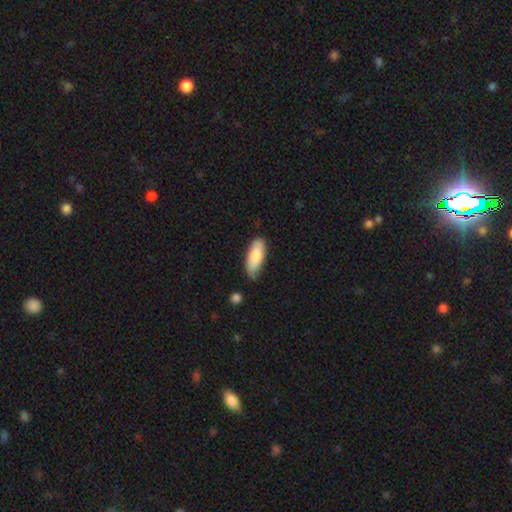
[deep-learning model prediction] Q: Smooth or featured?
A: smooth (84%); runner-up: featured or disk (10%)
Q: How rounded?
A: in between (75%); runner-up: cigar-shaped (23%)
Q: Merging?
A: none (69%); runner-up: minor disturbance (25%)